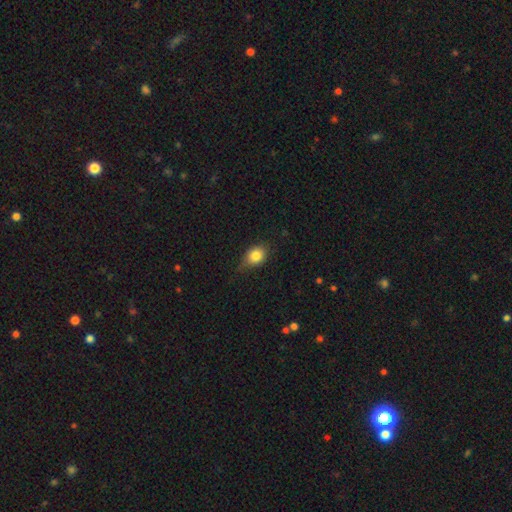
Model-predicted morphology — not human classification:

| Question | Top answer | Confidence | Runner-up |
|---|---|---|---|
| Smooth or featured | smooth | 81% | featured or disk (10%) |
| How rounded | in between | 54% | round (44%) |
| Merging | none | 57% | minor disturbance (34%) |